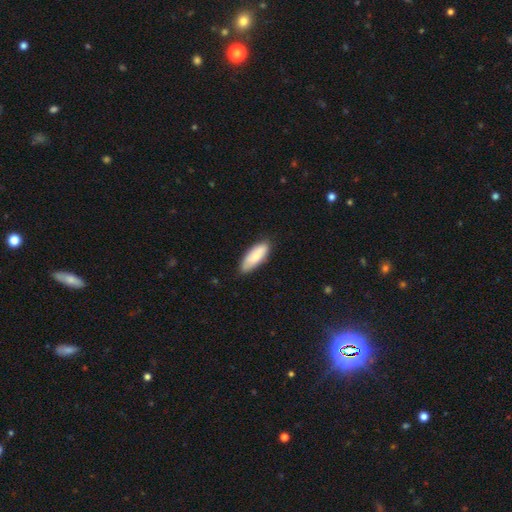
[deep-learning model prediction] Q: Smooth or featured?
A: smooth (84%); runner-up: featured or disk (11%)
Q: How rounded?
A: in between (70%); runner-up: cigar-shaped (29%)
Q: Merging?
A: none (81%); runner-up: minor disturbance (15%)